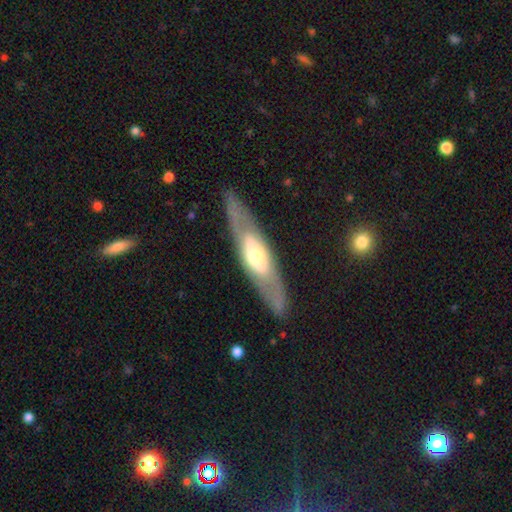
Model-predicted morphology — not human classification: This is likely a featured or disk galaxy (63%). It is possibly not viewed edge-on (52%). Merging: clearly none (81%).